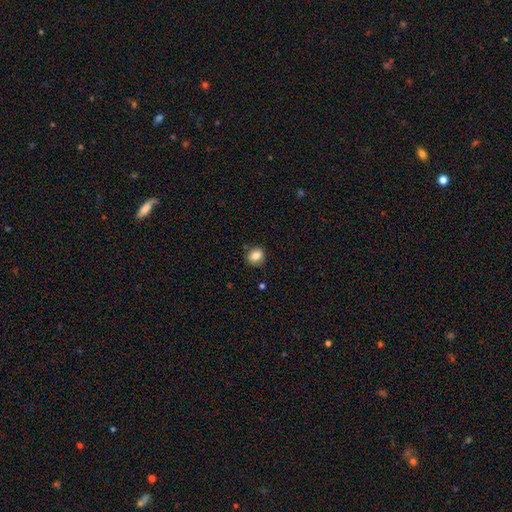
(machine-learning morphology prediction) The model was most divided on "how rounded": round: 73%, in between: 26%, cigar-shaped: 1%. More confident: merging — none (85%); smooth or featured — smooth (83%).